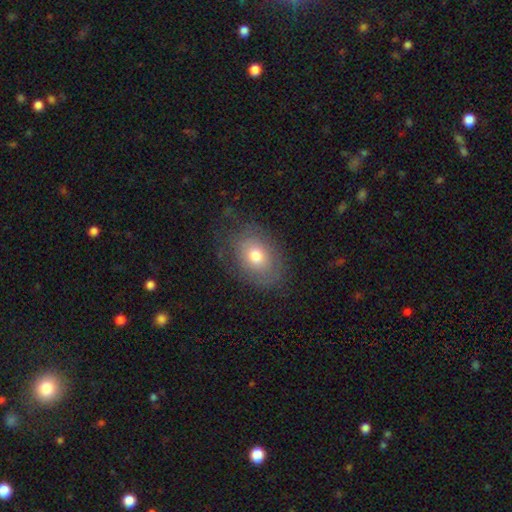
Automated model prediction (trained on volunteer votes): Q: Smooth or featured?
A: smooth (64%); runner-up: featured or disk (26%)
Q: How rounded?
A: in between (69%); runner-up: round (30%)
Q: Merging?
A: none (71%); runner-up: minor disturbance (18%)